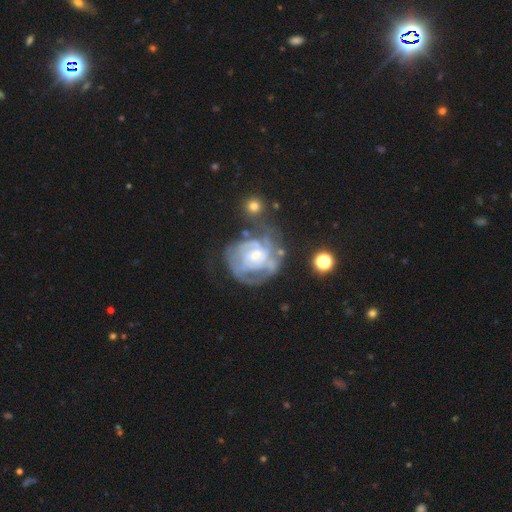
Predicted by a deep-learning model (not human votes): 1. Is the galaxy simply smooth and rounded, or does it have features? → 78% featured or disk, 15% smooth, 7% star or artifact.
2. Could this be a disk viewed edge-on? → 98% no, 2% yes.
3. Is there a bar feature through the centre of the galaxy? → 60% no, 32% weak, 7% strong.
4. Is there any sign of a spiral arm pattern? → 77% yes, 23% no.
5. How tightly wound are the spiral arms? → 56% tight, 32% medium, 12% loose.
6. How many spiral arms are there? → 48% can't tell, 21% 2, 15% 3, 6% 1, 6% 4, 4% more than 4.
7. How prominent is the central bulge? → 47% small, 39% moderate, 6% none, 6% large, 1% dominant.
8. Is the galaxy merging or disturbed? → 44% none, 25% major disturbance, 23% minor disturbance, 8% merger.